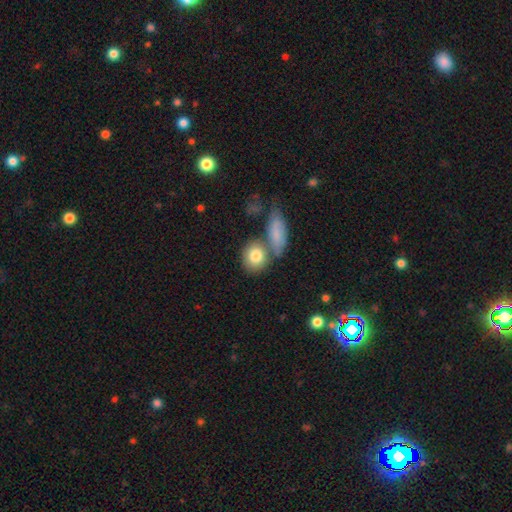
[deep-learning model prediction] Smooth or featured? Predicted: smooth (p=0.81). How rounded? Predicted: round (p=0.62). Merging? Predicted: none (p=0.56).